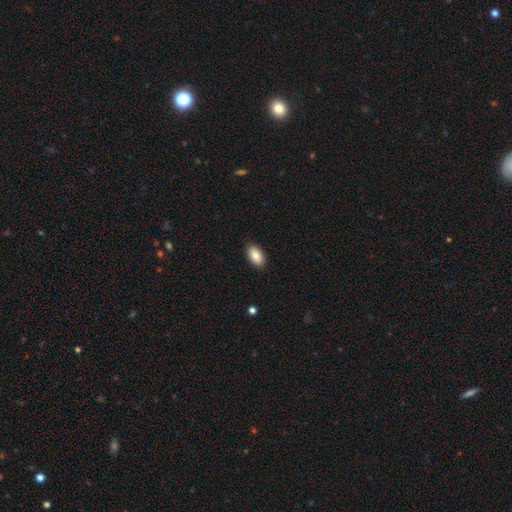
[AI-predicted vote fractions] Smooth or featured?
  - smooth: 84% *
  - featured or disk: 10%
  - star or artifact: 7%
How rounded?
  - in between: 93% *
  - round: 5%
  - cigar-shaped: 2%
Merging?
  - none: 88% *
  - minor disturbance: 9%
  - major disturbance: 2%
  - merger: 1%